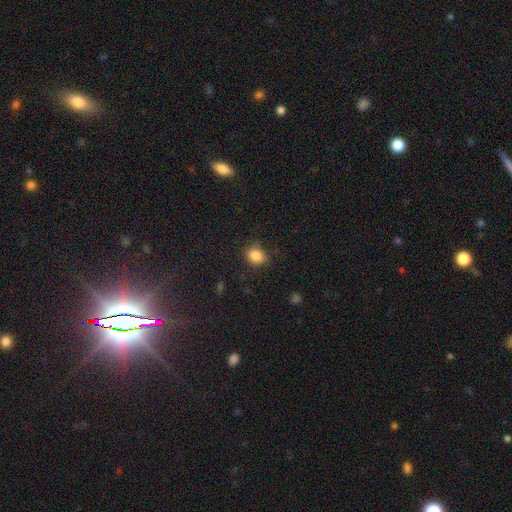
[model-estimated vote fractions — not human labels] A smooth galaxy with no disk features (85%) that is round (53%).

Vote fractions:
- Smooth or featured? smooth: 85% / star or artifact: 10% / featured or disk: 5%
- How rounded? round: 53% / in between: 46% / cigar-shaped: 1%
- Merging? none: 76% / minor disturbance: 18% / major disturbance: 5% / merger: 2%